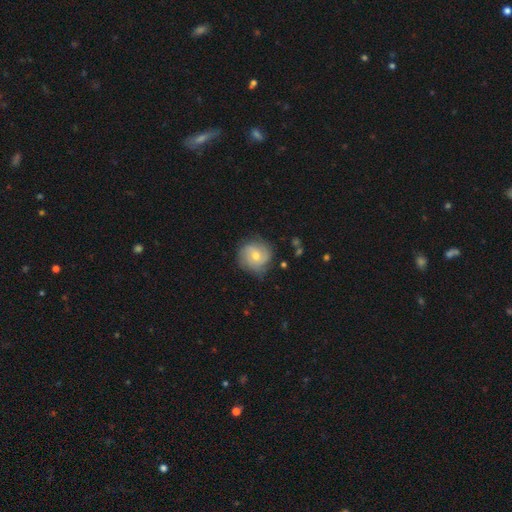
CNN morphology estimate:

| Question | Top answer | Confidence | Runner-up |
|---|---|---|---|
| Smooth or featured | featured or disk | 59% | smooth (33%) |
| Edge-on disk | no | 97% | yes (3%) |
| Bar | no | 66% | weak (29%) |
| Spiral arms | yes | 85% | no (15%) |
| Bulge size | moderate | 61% | small (35%) |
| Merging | none | 75% | minor disturbance (18%) |